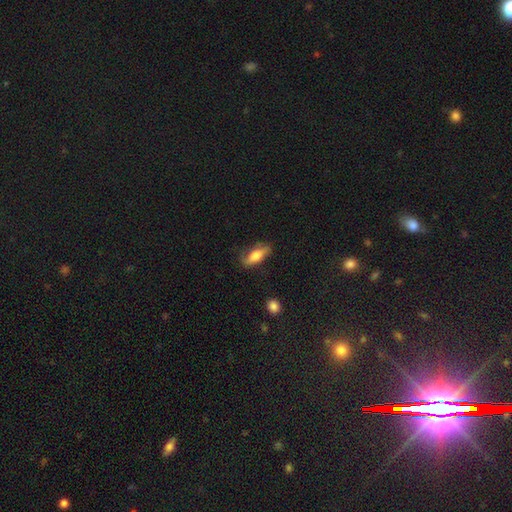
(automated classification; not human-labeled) Smooth or featured? Predicted: smooth (p=0.63). How rounded? Predicted: in between (p=0.64). Merging? Predicted: none (p=0.68).